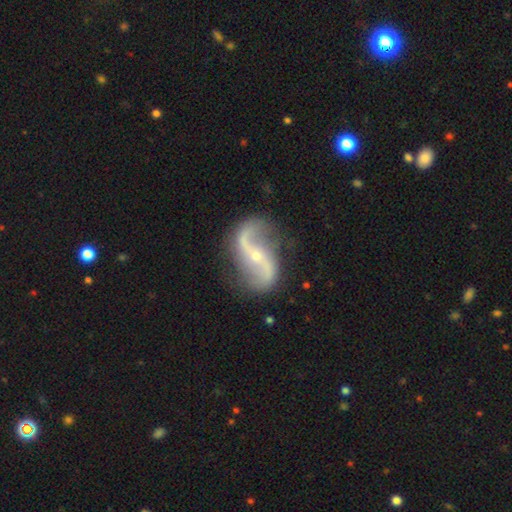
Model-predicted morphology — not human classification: A featured or disk galaxy (91%) with no bar (42%), 2 (94%) loose (83%) spiral arms (96%) and a small central bulge (76%).

Vote fractions:
- Smooth or featured? featured or disk: 91% / star or artifact: 5% / smooth: 5%
- Edge-on disk? no: 97% / yes: 3%
- Bar? no: 42% / weak: 29% / strong: 29%
- Spiral arms? yes: 96% / no: 4%
- Spiral winding? loose: 83% / medium: 13% / tight: 4%
- Spiral arm count? 2: 94% / 1: 2% / can't tell: 2% / 3: 1% / 4: 1% / more than 4: 1%
- Bulge size? small: 76% / moderate: 20% / none: 2% / large: 1% / dominant: 1%
- Merging? none: 78% / minor disturbance: 14% / major disturbance: 6% / merger: 2%